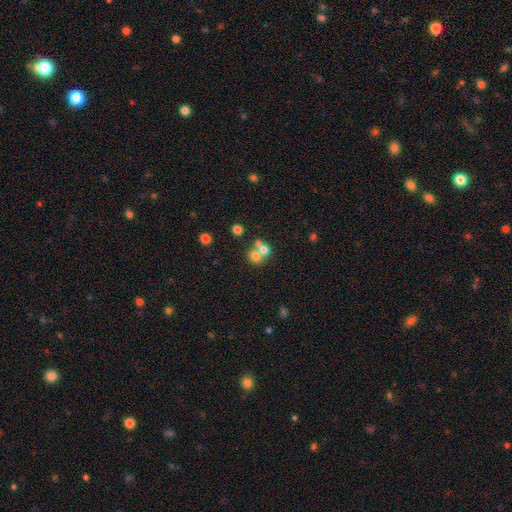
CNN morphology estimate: A smooth galaxy with no disk features (66%) that is round (70%). Merging: merger (60%).